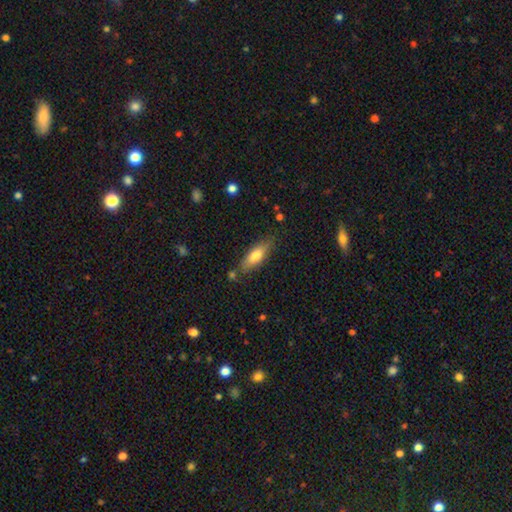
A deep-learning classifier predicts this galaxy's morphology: type=smooth (71%); roundness=in between (55%); merging=none (77%).